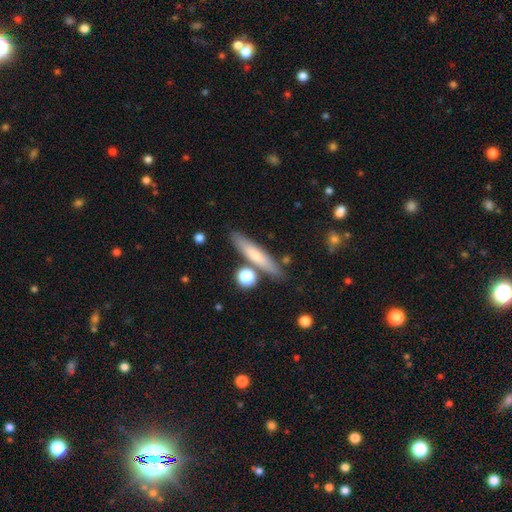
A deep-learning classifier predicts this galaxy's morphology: Smooth or featured: smooth — 64% (featured or disk — 30%)
How rounded: cigar-shaped — 88% (in between — 10%)
Merging: none — 81% (minor disturbance — 10%)